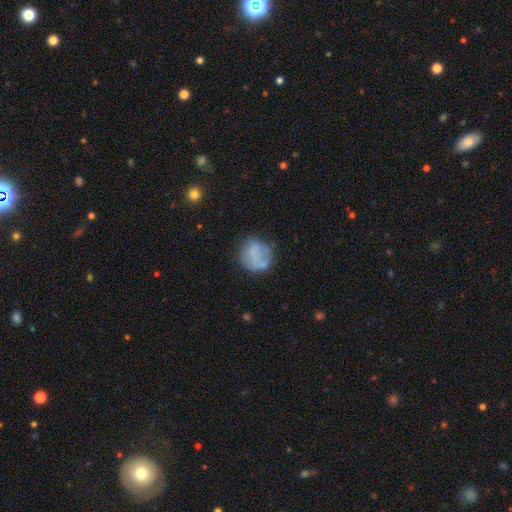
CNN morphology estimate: Smooth or featured? Predicted: smooth (p=0.68). How rounded? Predicted: round (p=0.81). Merging? Predicted: none (p=0.56).